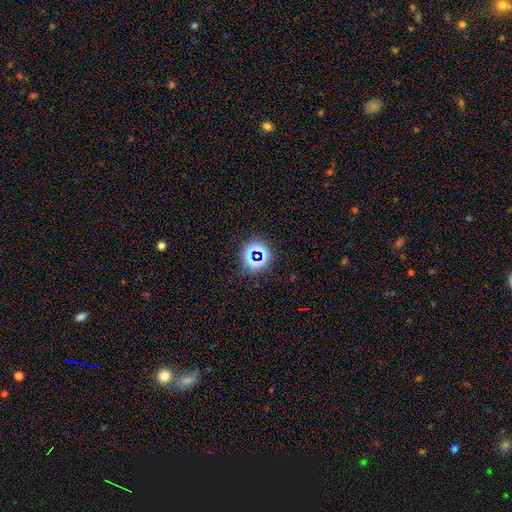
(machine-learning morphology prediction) Overall: star or artifact (64%; smooth 26%).